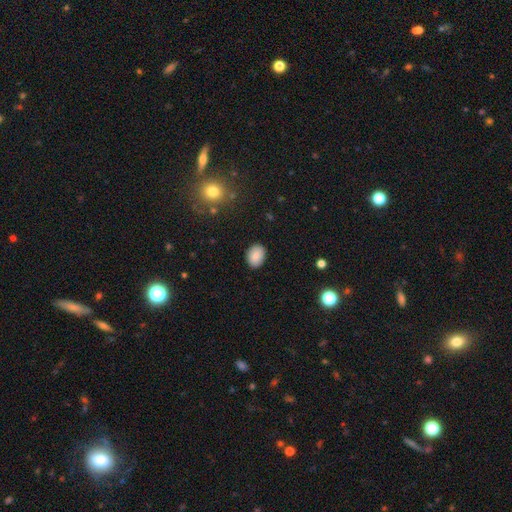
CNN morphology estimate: smooth 86%, star or artifact 9%, featured or disk 6%. Down the decision tree: how rounded — in between (69%); merging — none (88%).